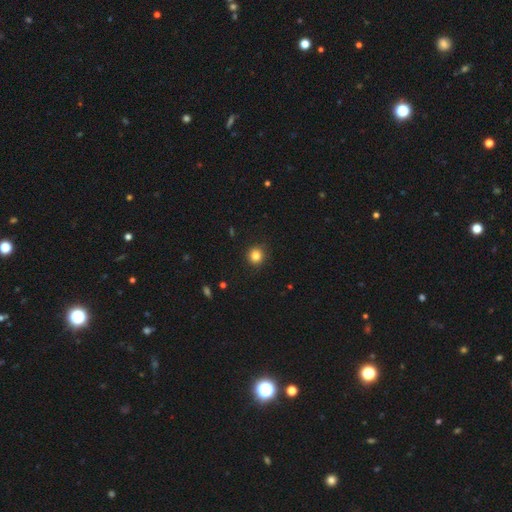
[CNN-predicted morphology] Smooth or featured? Predicted: smooth (p=0.83). How rounded? Predicted: round (p=0.92). Merging? Predicted: none (p=0.90).